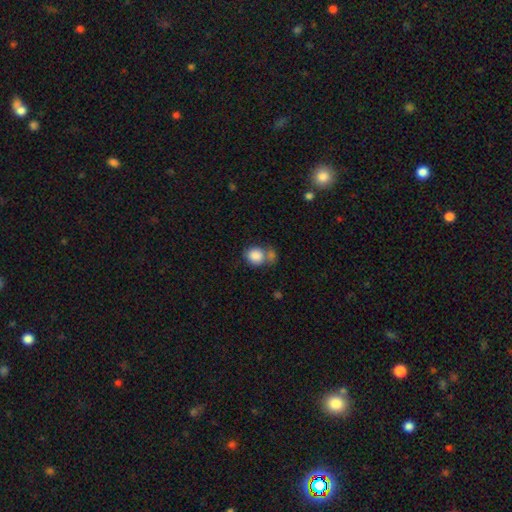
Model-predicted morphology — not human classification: Q: Smooth or featured?
A: smooth (86%); runner-up: star or artifact (8%)
Q: How rounded?
A: round (74%); runner-up: in between (25%)
Q: Merging?
A: none (43%); runner-up: merger (36%)